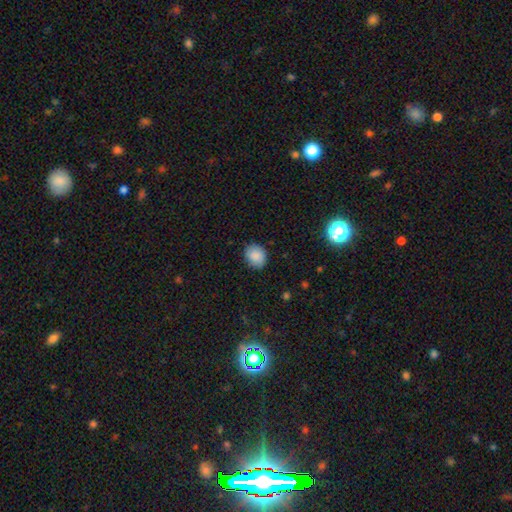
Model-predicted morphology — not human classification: Smooth or featured? Predicted: smooth (p=0.87). How rounded? Predicted: round (p=0.59). Merging? Predicted: none (p=0.82).